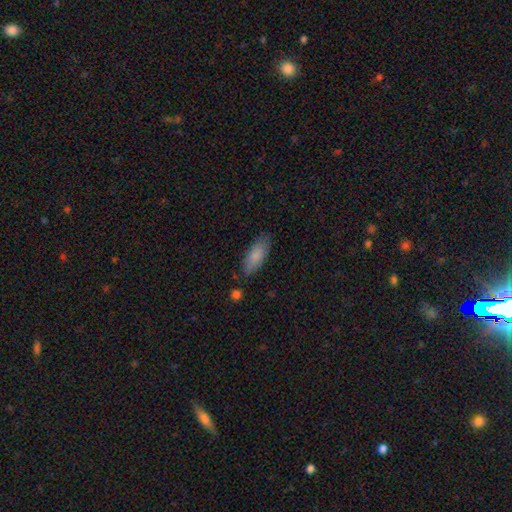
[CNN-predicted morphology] Overall: smooth (83%). How rounded: in between (79%). Merging: none (79%).